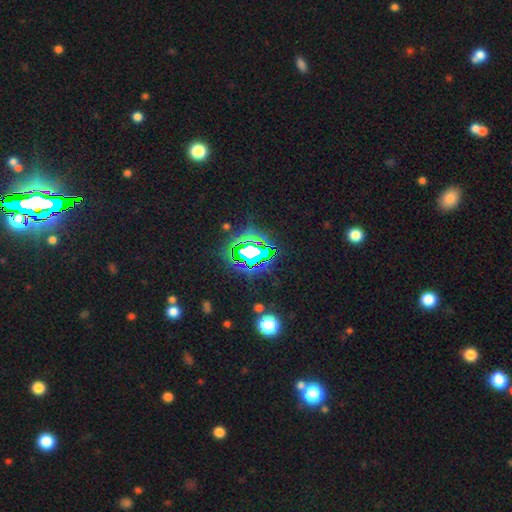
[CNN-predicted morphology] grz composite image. It shows a star or artifact, not a galaxy (73%).